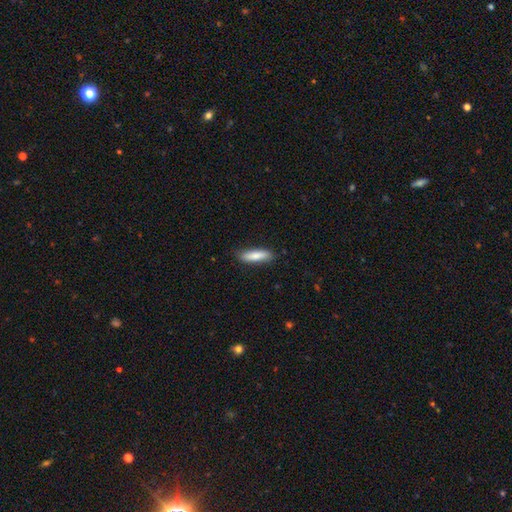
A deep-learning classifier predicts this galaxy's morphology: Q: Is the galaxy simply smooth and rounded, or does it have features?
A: smooth — 82%.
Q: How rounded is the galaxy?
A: cigar-shaped — 64%.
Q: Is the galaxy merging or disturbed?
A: none — 84%.